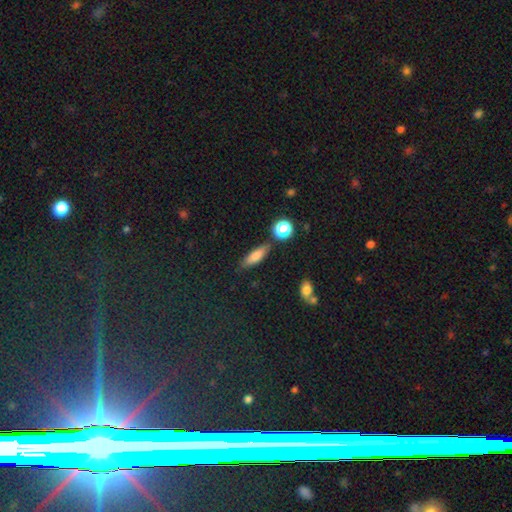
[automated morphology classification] This appears to be a smooth galaxy with no disk features (75%) that is cigar-shaped (54%). Merging: none (78%).